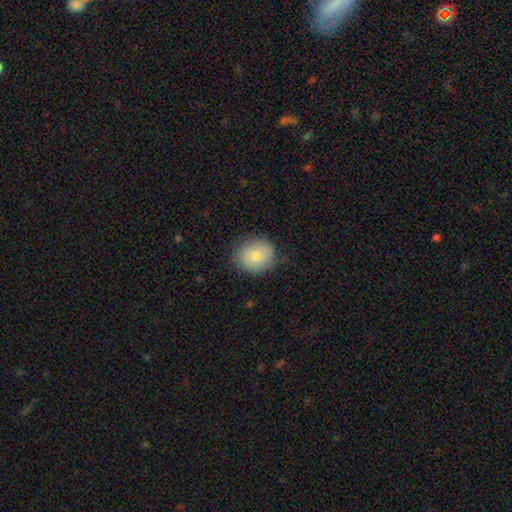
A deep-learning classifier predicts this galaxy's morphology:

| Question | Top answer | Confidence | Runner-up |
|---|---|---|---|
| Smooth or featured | smooth | 73% | featured or disk (19%) |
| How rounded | round | 75% | in between (24%) |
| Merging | none | 79% | minor disturbance (16%) |